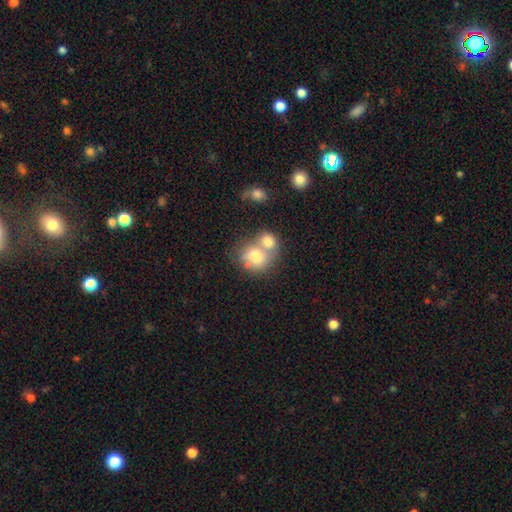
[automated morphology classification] Smooth or featured? Predicted: smooth (p=0.72). How rounded? Predicted: round (p=0.60). Merging? Predicted: merger (p=0.58).